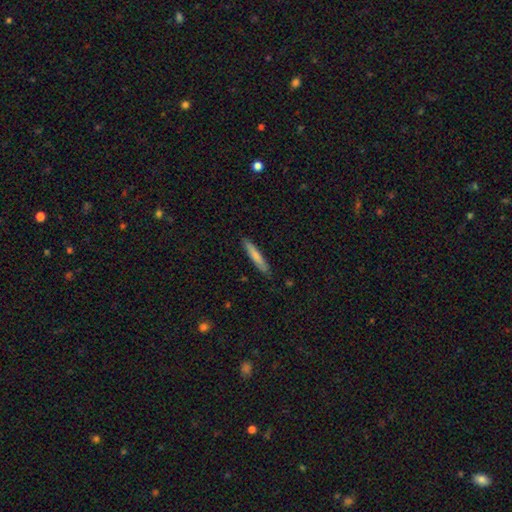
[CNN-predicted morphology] Smooth or featured? smooth (74%)
How rounded? cigar-shaped (93%)
Merging? none (87%)